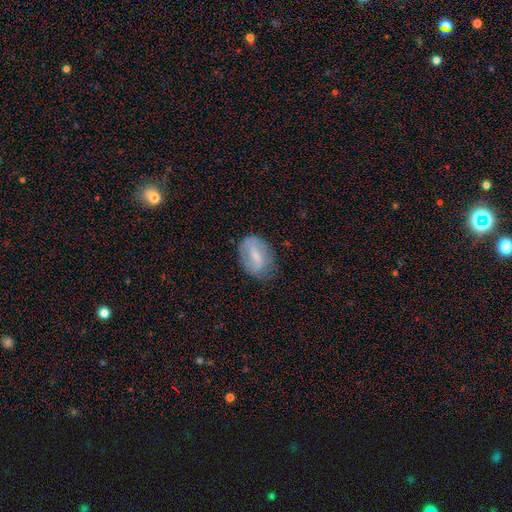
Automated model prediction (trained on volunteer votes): Q: Smooth or featured?
A: smooth (54%); runner-up: featured or disk (39%)
Q: How rounded?
A: in between (85%); runner-up: round (13%)
Q: Merging?
A: none (64%); runner-up: minor disturbance (26%)